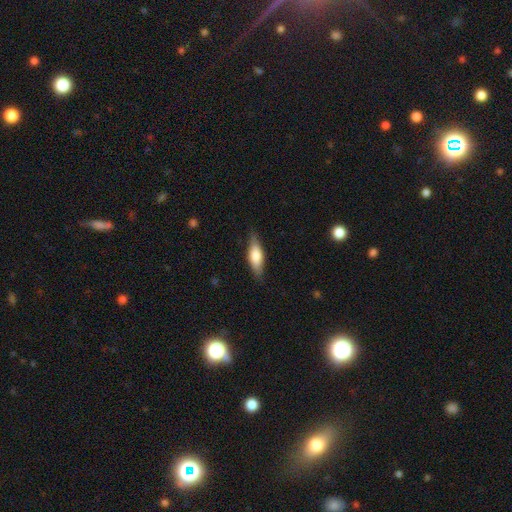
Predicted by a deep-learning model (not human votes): This appears to be a smooth galaxy with no disk features (66%) that is in between round and cigar-shaped (62%). Merging: none (80%).